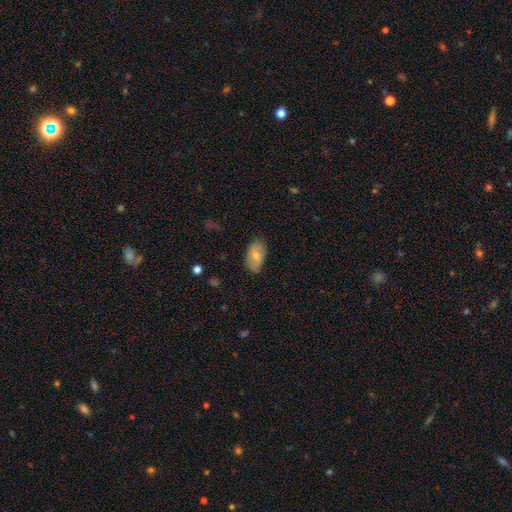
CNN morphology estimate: smooth 75%, featured or disk 18%, star or artifact 6%. Down the decision tree: how rounded — in between (93%); merging — none (78%).